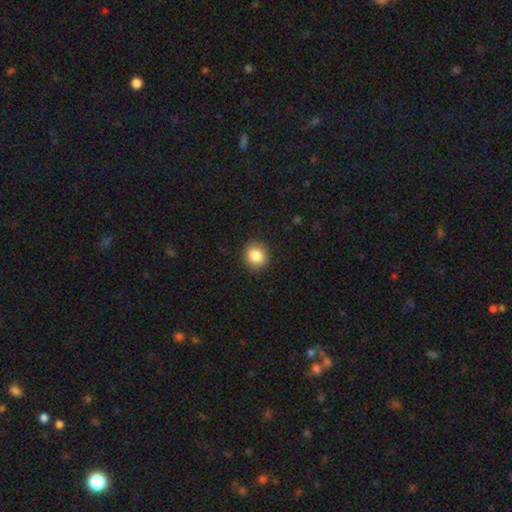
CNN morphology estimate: smooth_or_featured: smooth (p=0.85) [alt: star or artifact p=0.09]
how_rounded: round (p=0.81) [alt: in between p=0.18]
merging: none (p=0.91) [alt: minor disturbance p=0.07]